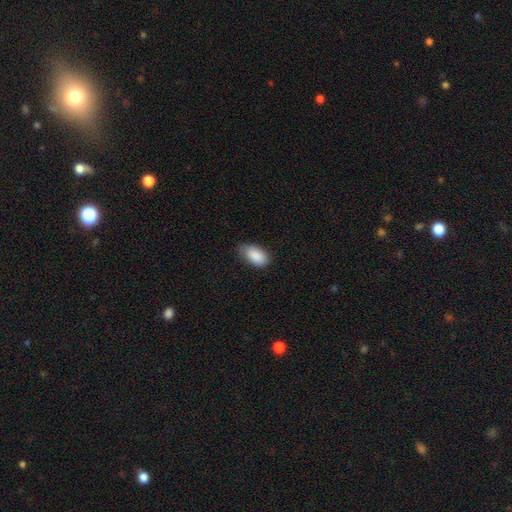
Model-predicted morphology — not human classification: Smooth or featured: smooth — 89% (star or artifact — 7%)
How rounded: in between — 94% (round — 4%)
Merging: none — 61% (minor disturbance — 33%)